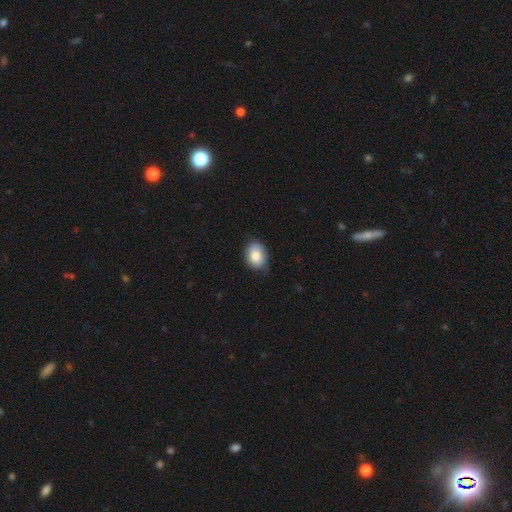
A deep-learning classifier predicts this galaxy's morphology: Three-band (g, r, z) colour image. It shows a smooth galaxy with no disk features (84%) that is in between round and cigar-shaped (61%). Merging: none (69%).